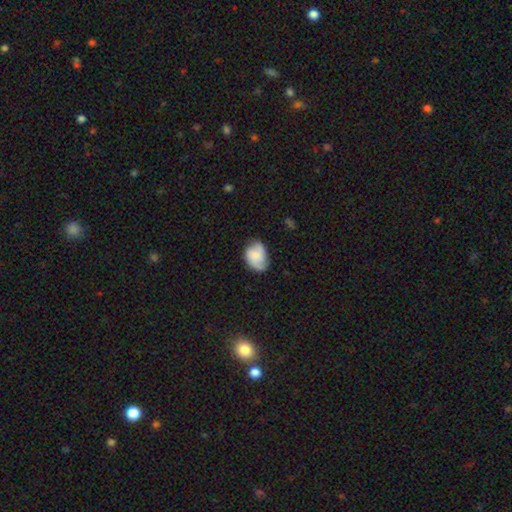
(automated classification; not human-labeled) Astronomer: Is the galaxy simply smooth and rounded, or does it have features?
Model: smooth — 57% (runner-up: featured or disk, 35%).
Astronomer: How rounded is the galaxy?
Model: in between — 68%.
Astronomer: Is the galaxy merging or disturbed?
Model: none — 60%.